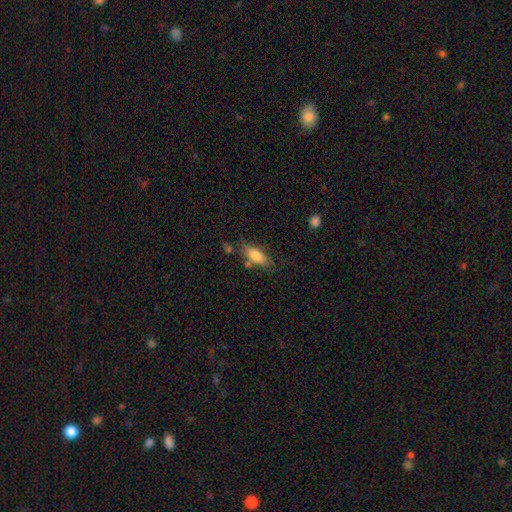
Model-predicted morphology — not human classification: A smooth galaxy with no disk features (78%) that is in between round and cigar-shaped (75%). Merging: none (68%).